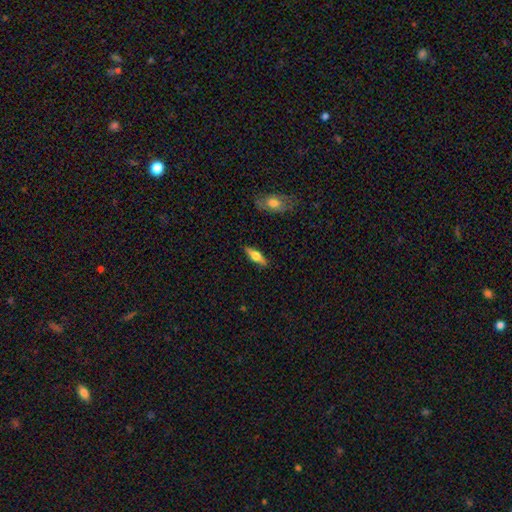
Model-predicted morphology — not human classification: A featured or disk galaxy (54%) viewed edge-on (93%) with a rounded central bulge (92%).

Vote fractions:
- Smooth or featured? featured or disk: 54% / smooth: 40% / star or artifact: 6%
- Edge-on disk? yes: 93% / no: 7%
- Edge-on bulge? rounded: 92% / boxy: 6% / none: 2%
- Merging? none: 88% / minor disturbance: 8% / major disturbance: 2% / merger: 1%